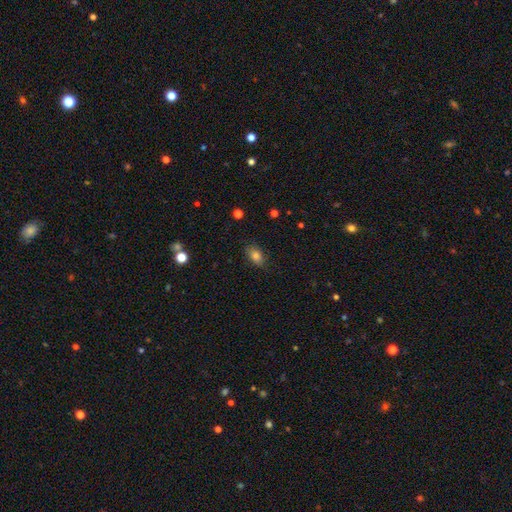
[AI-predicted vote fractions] This appears to be a smooth galaxy with no disk features (82%) that is in between round and cigar-shaped (87%). Merging: none (81%).